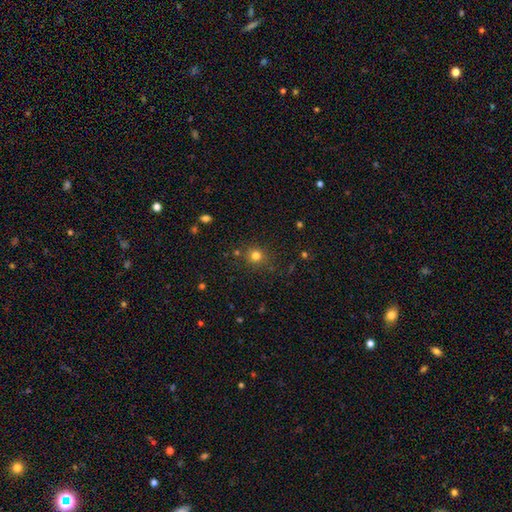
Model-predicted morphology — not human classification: smooth-or-featured: smooth: 77% | star or artifact: 16% | featured or disk: 6%
  how-rounded: round: 89% | in between: 10% | cigar-shaped: 1%
  merging: none: 83% | minor disturbance: 9% | merger: 4% | major disturbance: 4%